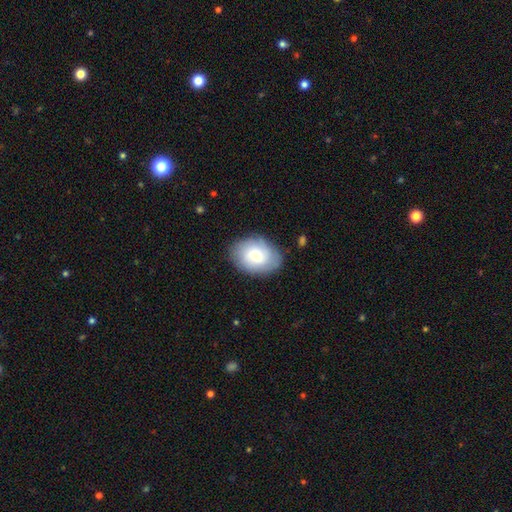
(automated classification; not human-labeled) Smooth or featured? smooth (68%)
How rounded? in between (72%)
Merging? none (80%)